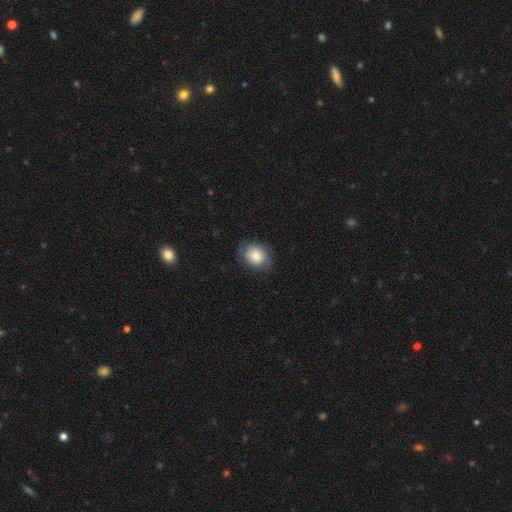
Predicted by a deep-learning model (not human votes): Smooth or featured? smooth (79%)
How rounded? round (55%)
Merging? none (71%)